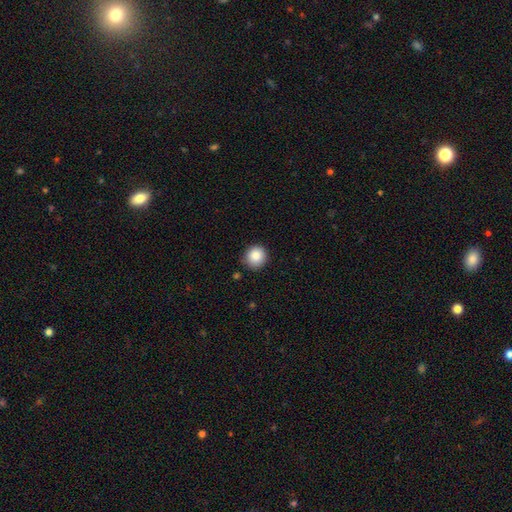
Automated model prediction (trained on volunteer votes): This appears to be a smooth galaxy with no disk features (87%) that is round (93%). Merging: none (85%).